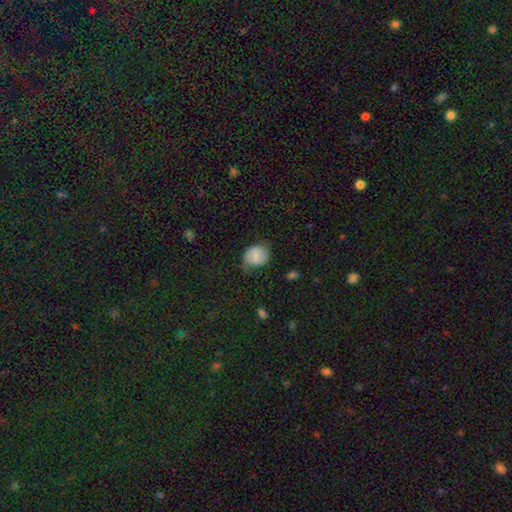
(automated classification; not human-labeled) Morphology: type=smooth (64%); roundness=round (66%); merging=none (57%).